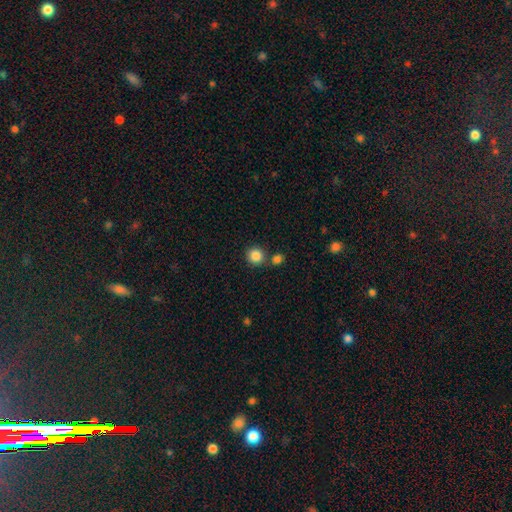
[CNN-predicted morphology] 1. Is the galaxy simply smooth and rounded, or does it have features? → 86% smooth, 10% star or artifact, 4% featured or disk.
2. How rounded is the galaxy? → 92% round, 7% in between, 1% cigar-shaped.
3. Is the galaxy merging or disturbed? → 74% none, 15% merger, 8% minor disturbance, 3% major disturbance.